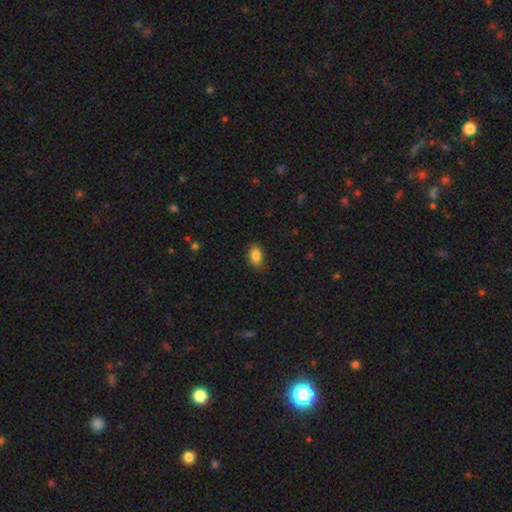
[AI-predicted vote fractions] A smooth galaxy with no disk features (86%) that is in between round and cigar-shaped (85%). Merging: none (84%).